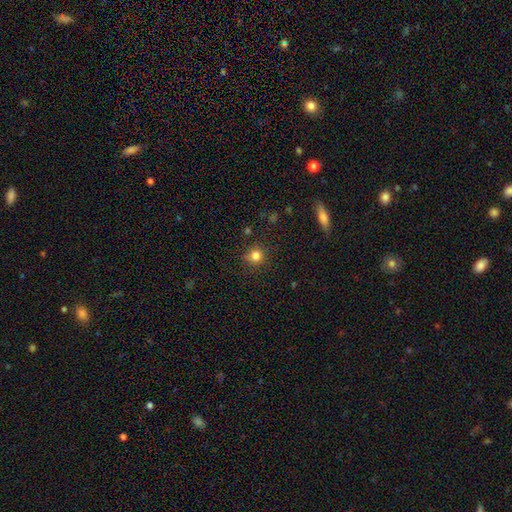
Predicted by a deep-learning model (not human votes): This appears to be a smooth galaxy with no disk features (81%) that is round (91%). Merging: none (85%).